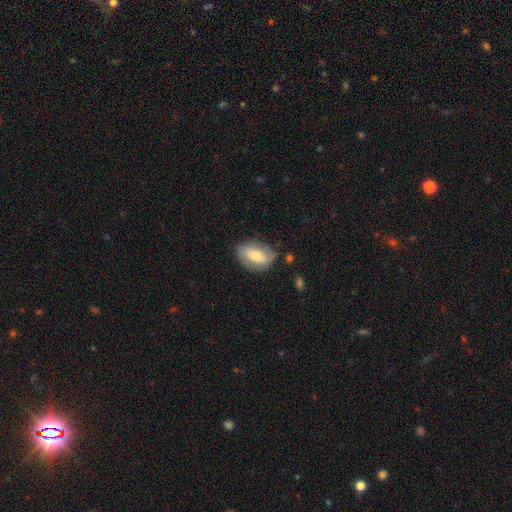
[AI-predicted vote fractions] smooth_or_featured: smooth (p=0.55) [alt: featured or disk p=0.38]
how_rounded: in between (p=0.85) [alt: round p=0.13]
merging: none (p=0.72) [alt: minor disturbance p=0.20]